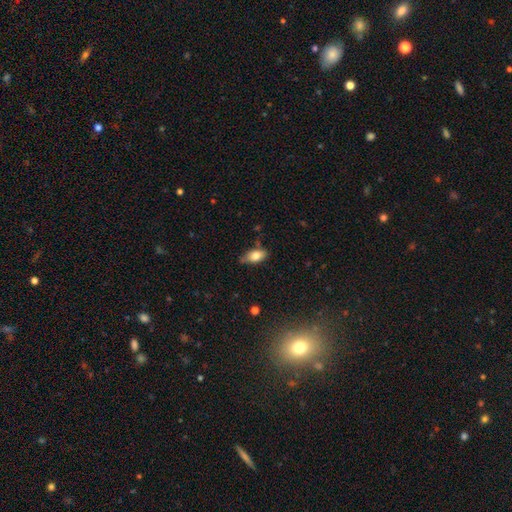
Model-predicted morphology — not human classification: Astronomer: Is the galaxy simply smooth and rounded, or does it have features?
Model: smooth — 79%.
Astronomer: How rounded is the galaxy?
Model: in between — 89%.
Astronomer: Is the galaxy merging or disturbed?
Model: none — 68%.